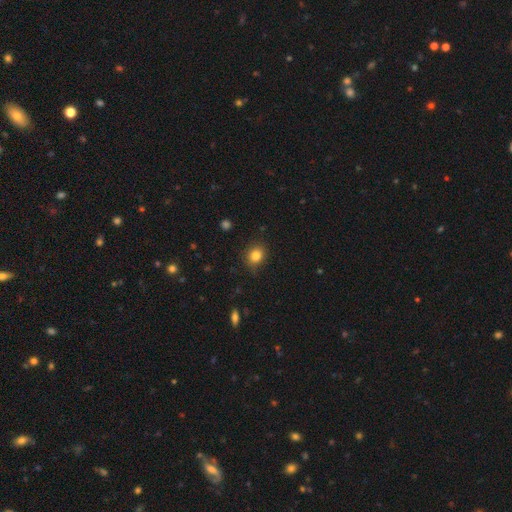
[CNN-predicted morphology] This is clearly a smooth galaxy (83%). How rounded: likely round (66%). Merging: clearly none (85%).